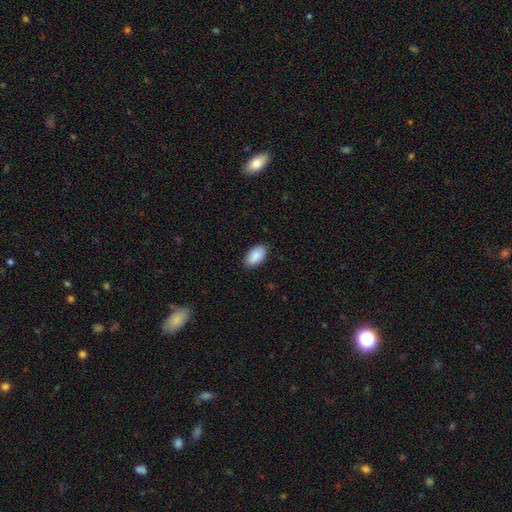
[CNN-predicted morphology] Smooth or featured? Predicted: smooth (p=0.89). How rounded? Predicted: in between (p=0.95). Merging? Predicted: none (p=0.87).